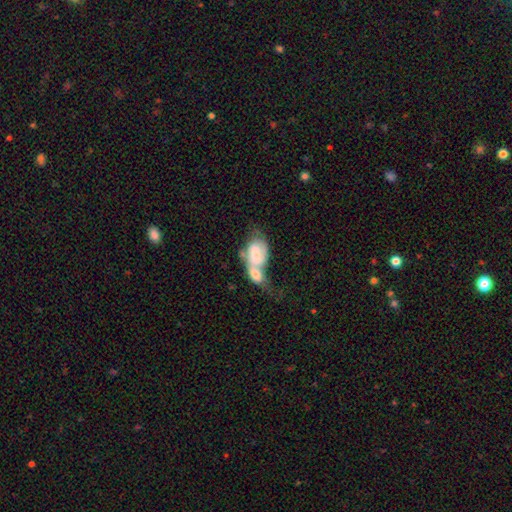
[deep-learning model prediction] A smooth galaxy with no disk features (49%).

Vote fractions:
- Smooth or featured? smooth: 49% / featured or disk: 44% / star or artifact: 7%
- Merging? merger: 71% / major disturbance: 13% / none: 9% / minor disturbance: 7%